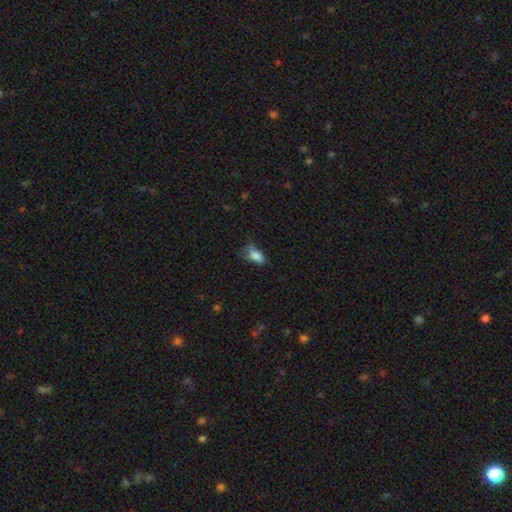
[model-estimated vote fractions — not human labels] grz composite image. It shows a smooth galaxy with no disk features (79%) that is in between round and cigar-shaped (86%). Merging: none (42%).